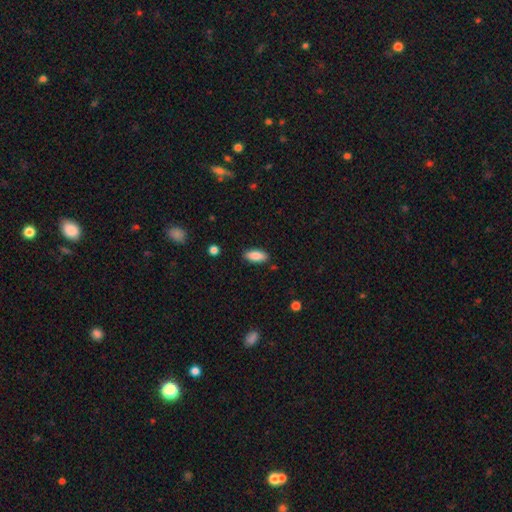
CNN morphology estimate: Q: Smooth or featured?
A: smooth (87%); runner-up: star or artifact (7%)
Q: How rounded?
A: in between (83%); runner-up: cigar-shaped (15%)
Q: Merging?
A: none (86%); runner-up: minor disturbance (10%)